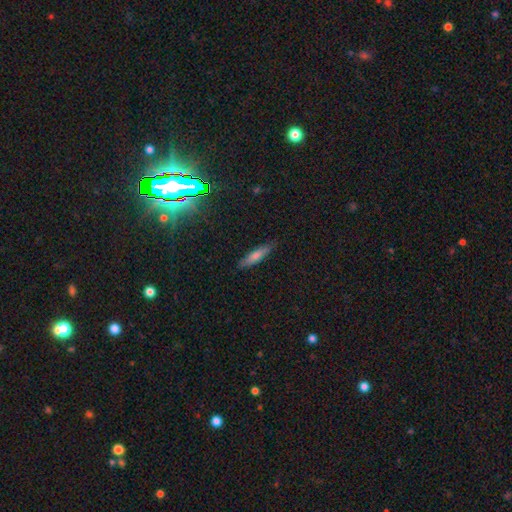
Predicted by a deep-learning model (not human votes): Morphology: type=smooth (60%); roundness=cigar-shaped (79%); merging=none (86%).